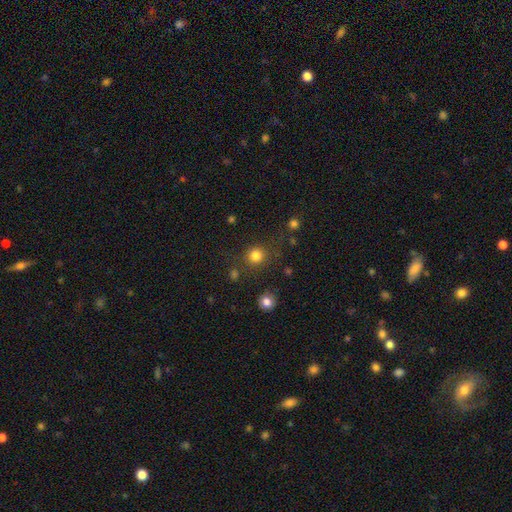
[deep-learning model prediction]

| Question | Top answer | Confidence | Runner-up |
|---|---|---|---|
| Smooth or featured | smooth | 82% | star or artifact (14%) |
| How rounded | round | 92% | in between (7%) |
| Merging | none | 83% | minor disturbance (9%) |